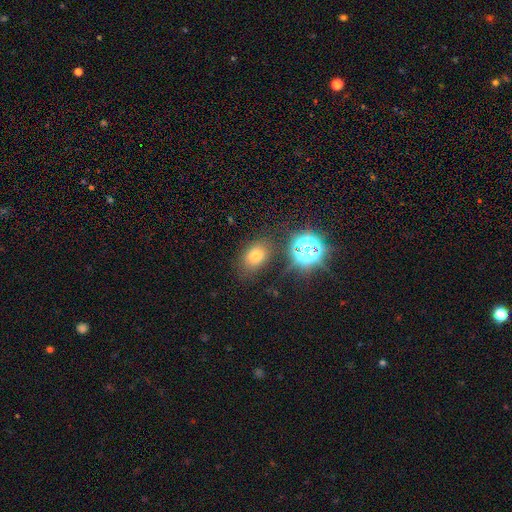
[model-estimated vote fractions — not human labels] Smooth or featured: smooth — 66% (star or artifact — 22%)
How rounded: in between — 74% (round — 25%)
Merging: none — 78% (minor disturbance — 13%)